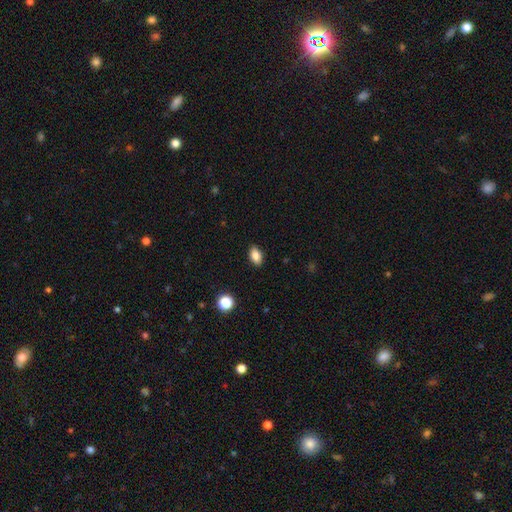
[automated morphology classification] A smooth galaxy with no disk features (83%) that is in between round and cigar-shaped (89%). Merging: none (88%).